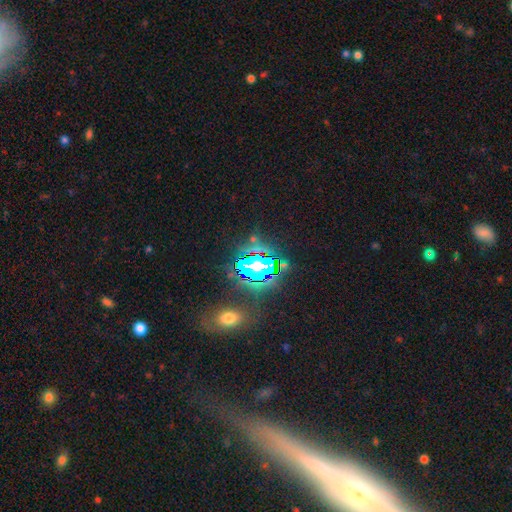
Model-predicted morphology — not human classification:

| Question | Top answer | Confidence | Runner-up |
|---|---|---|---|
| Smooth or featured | star or artifact | 70% | smooth (17%) |